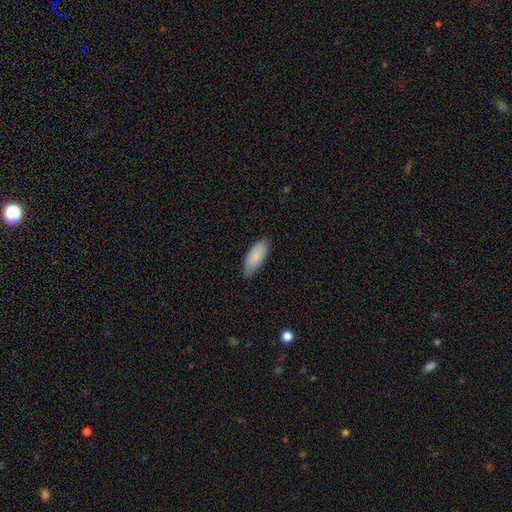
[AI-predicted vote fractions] smooth-or-featured: smooth: 86% | featured or disk: 8% | star or artifact: 5%
  how-rounded: in between: 81% | cigar-shaped: 17% | round: 2%
  merging: none: 81% | minor disturbance: 16% | major disturbance: 2% | merger: 1%